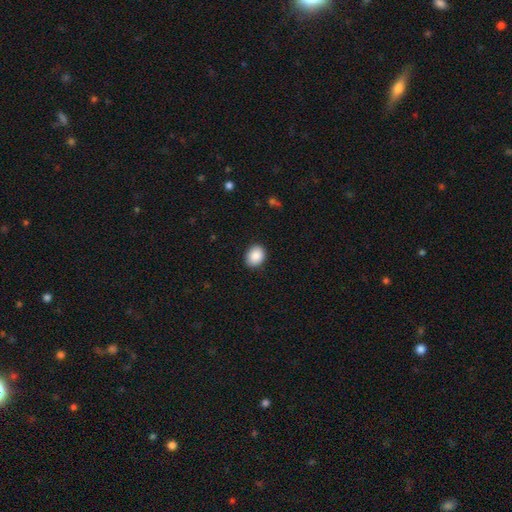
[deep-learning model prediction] Smooth or featured? Predicted: smooth (p=0.90). How rounded? Predicted: in between (p=0.55). Merging? Predicted: none (p=0.89).